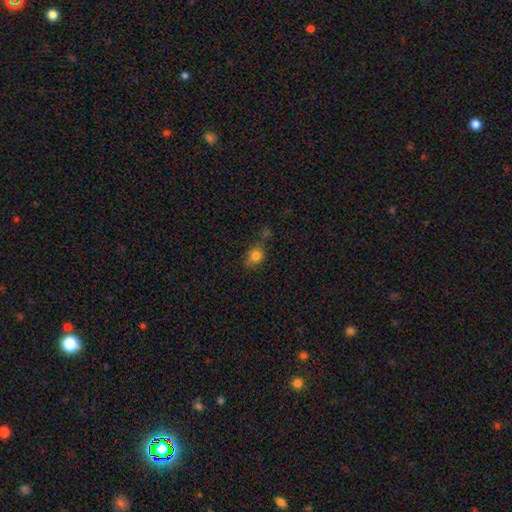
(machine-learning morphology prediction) type=smooth (80%); roundness=round (57%); merging=none (61%).